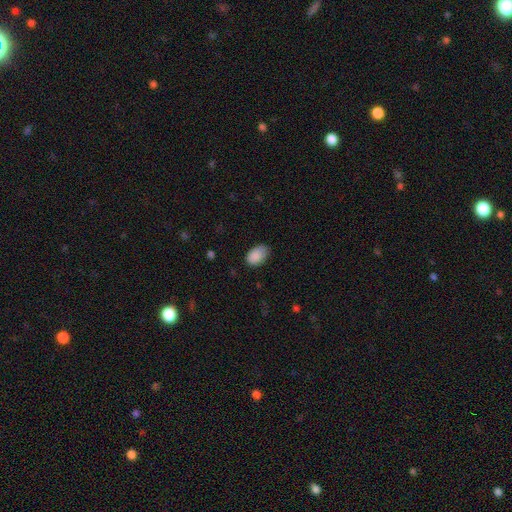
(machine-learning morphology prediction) Smooth or featured: smooth — 89% (star or artifact — 7%)
How rounded: in between — 89% (round — 10%)
Merging: none — 70% (minor disturbance — 25%)